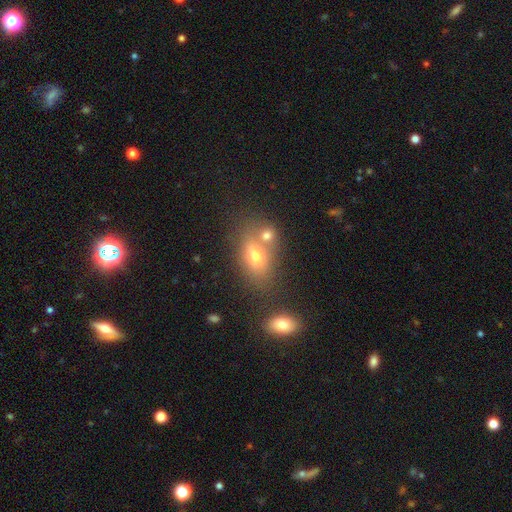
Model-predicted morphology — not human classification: This is likely a smooth galaxy (67%). How rounded: likely in between (78%). Merging: possibly none (45%).